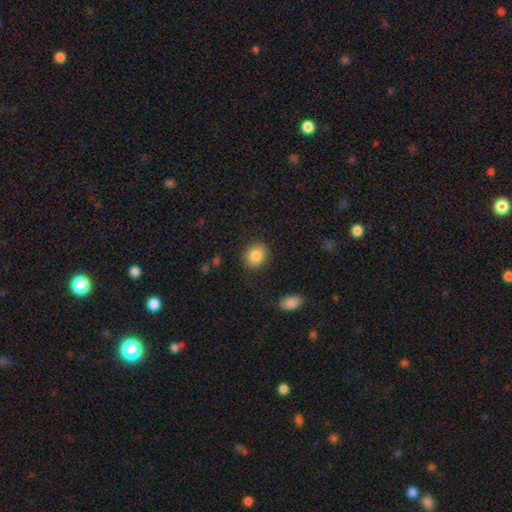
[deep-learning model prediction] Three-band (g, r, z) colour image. It shows a smooth galaxy with no disk features (85%) that is round (70%). Merging: none (87%).